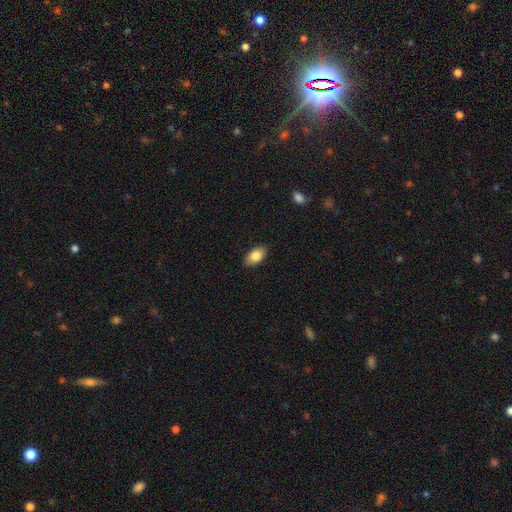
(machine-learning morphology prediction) This appears to be a smooth galaxy with no disk features (84%) that is in between round and cigar-shaped (93%). Merging: none (87%).